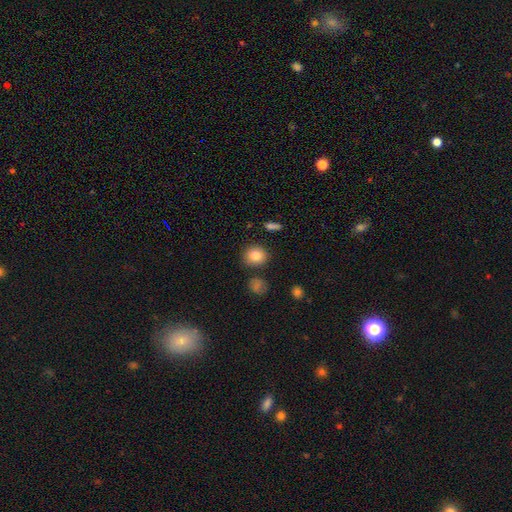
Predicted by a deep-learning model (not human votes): Smooth or featured? Predicted: smooth (p=0.82). How rounded? Predicted: round (p=0.77). Merging? Predicted: none (p=0.84).